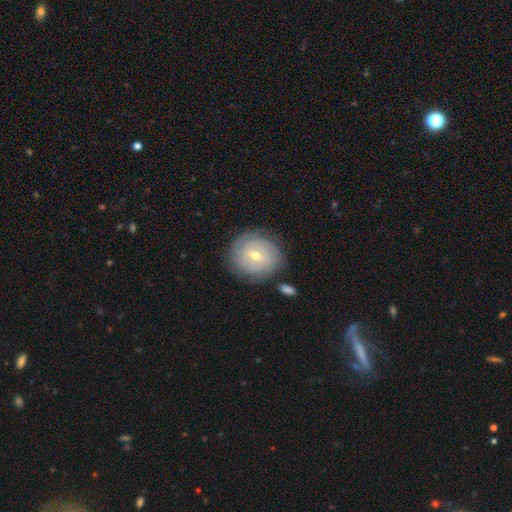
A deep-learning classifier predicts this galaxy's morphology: Q: Smooth or featured?
A: featured or disk (61%); runner-up: smooth (31%)
Q: Edge-on disk?
A: no (97%); runner-up: yes (3%)
Q: Bar?
A: no (46%); runner-up: weak (44%)
Q: Spiral arms?
A: yes (77%); runner-up: no (23%)
Q: Bulge size?
A: moderate (49%); runner-up: small (48%)
Q: Merging?
A: none (82%); runner-up: minor disturbance (12%)